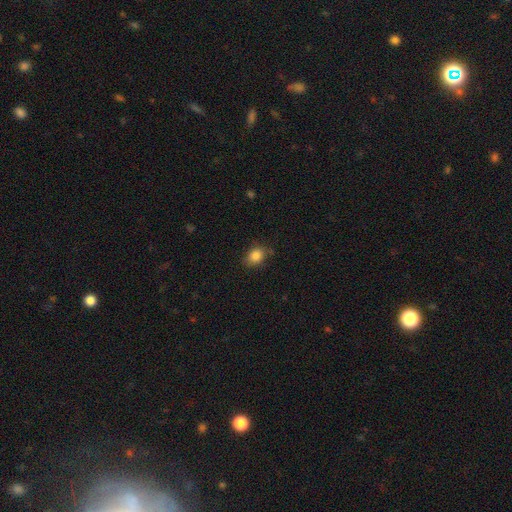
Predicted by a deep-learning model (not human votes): Morphology: type=smooth (85%); roundness=in between (62%); merging=none (76%).